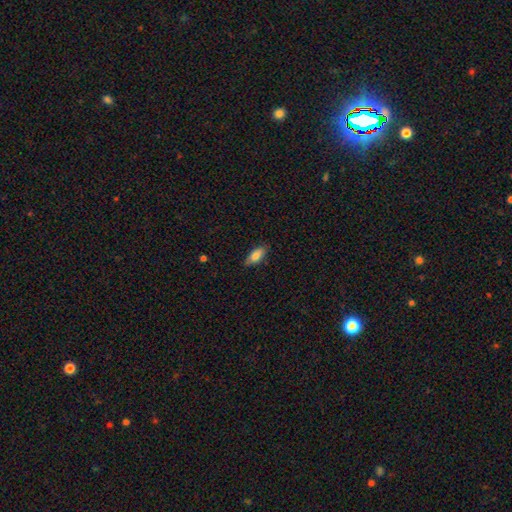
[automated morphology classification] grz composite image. It shows a smooth galaxy with no disk features (81%) that is in between round and cigar-shaped (82%). Merging: none (83%).